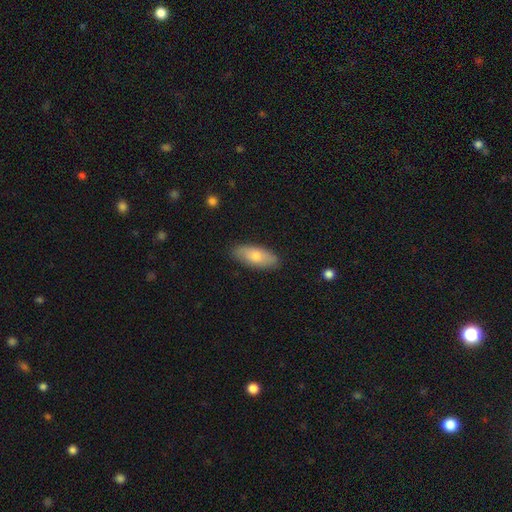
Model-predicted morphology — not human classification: A smooth galaxy with no disk features (74%) that is in between round and cigar-shaped (80%).

Vote fractions:
- Smooth or featured? smooth: 74% / featured or disk: 20% / star or artifact: 6%
- How rounded? in between: 80% / cigar-shaped: 18% / round: 2%
- Merging? none: 86% / minor disturbance: 11% / major disturbance: 2% / merger: 1%